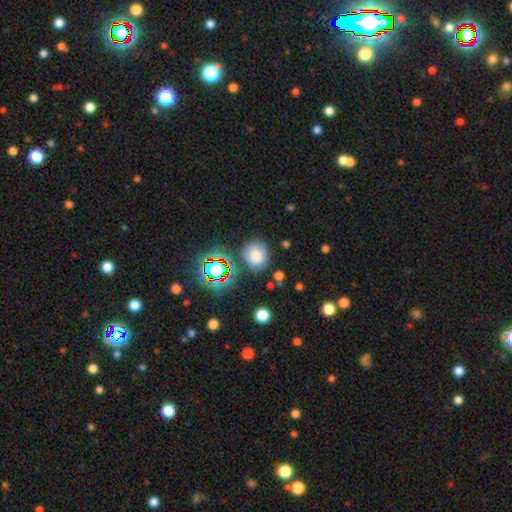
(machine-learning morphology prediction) type=smooth (74%); roundness=round (83%); merging=none (76%).